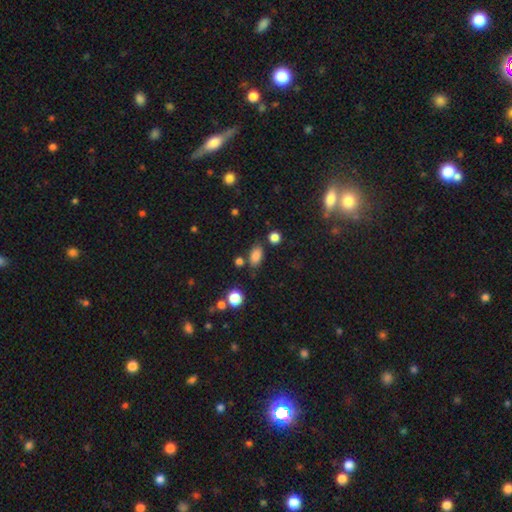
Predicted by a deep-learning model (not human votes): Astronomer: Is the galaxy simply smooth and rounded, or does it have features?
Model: smooth — 82%.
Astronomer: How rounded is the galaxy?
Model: in between — 85%.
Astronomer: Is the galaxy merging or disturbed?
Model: none — 76%.